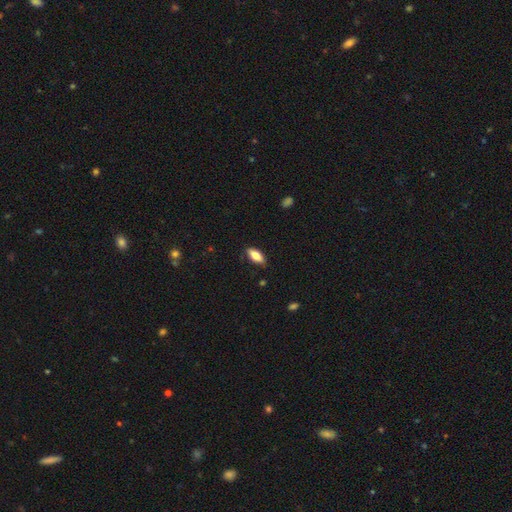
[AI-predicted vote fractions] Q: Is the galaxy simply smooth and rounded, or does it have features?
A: smooth — 78%.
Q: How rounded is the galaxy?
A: in between — 81%.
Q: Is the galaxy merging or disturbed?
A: none — 83%.